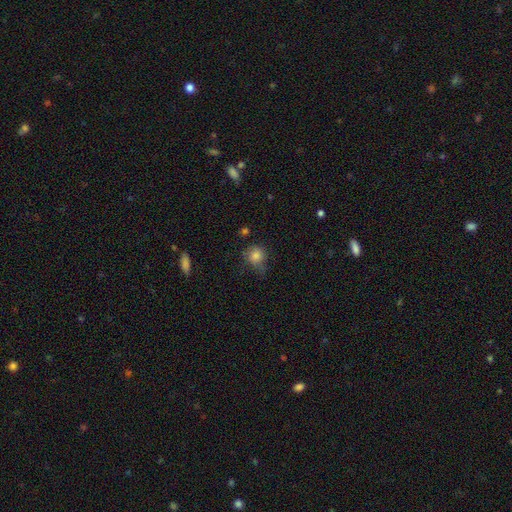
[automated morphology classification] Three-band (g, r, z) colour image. It shows a smooth galaxy with no disk features (81%) that is round (81%). Merging: none (54%).